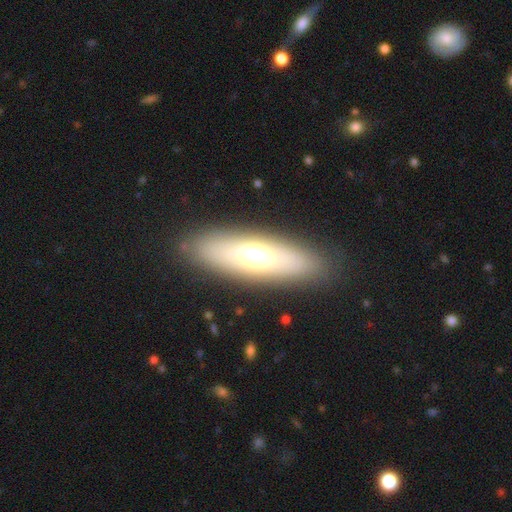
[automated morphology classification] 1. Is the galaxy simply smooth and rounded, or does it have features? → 57% smooth, 33% featured or disk, 9% star or artifact.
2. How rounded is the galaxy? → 56% in between, 40% cigar-shaped, 4% round.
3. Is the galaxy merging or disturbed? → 87% none, 8% minor disturbance, 4% major disturbance, 1% merger.